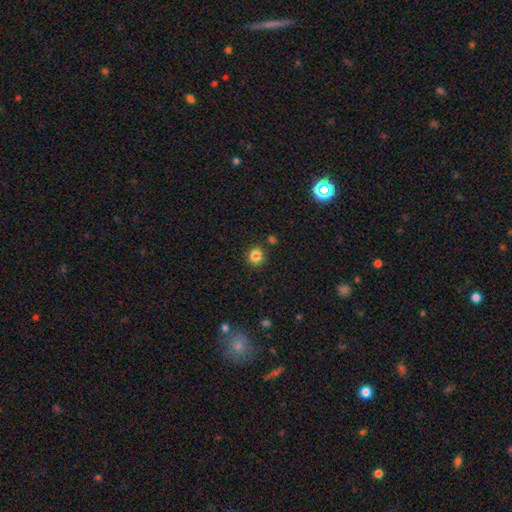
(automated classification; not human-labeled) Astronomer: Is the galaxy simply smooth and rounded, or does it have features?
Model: smooth — 85%.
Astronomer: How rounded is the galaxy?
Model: round — 92%.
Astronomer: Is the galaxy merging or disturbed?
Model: none — 85%.